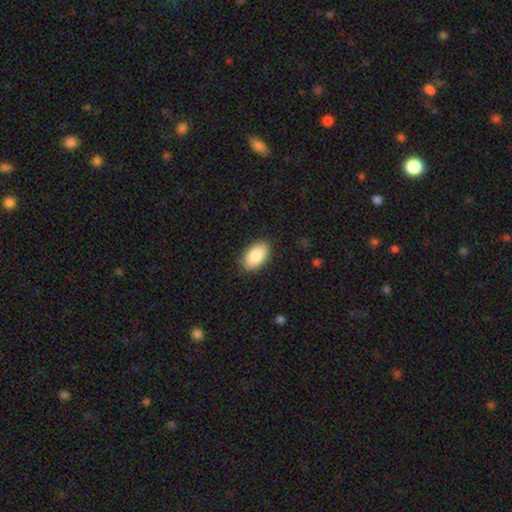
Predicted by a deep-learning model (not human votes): smooth 87%, featured or disk 7%, star or artifact 6%. Down the decision tree: how rounded — in between (94%); merging — none (87%).